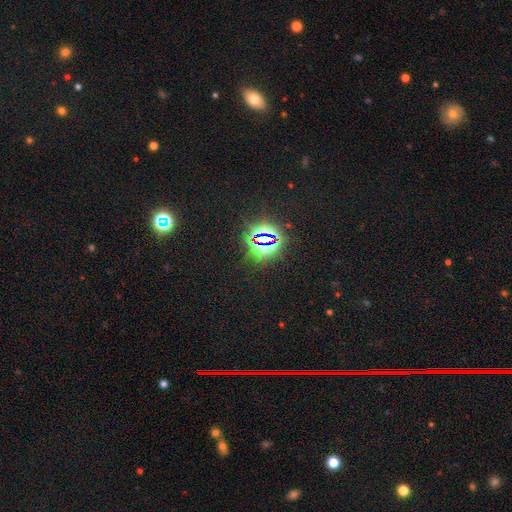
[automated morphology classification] Smooth or featured: star or artifact — 82% (smooth — 11%)